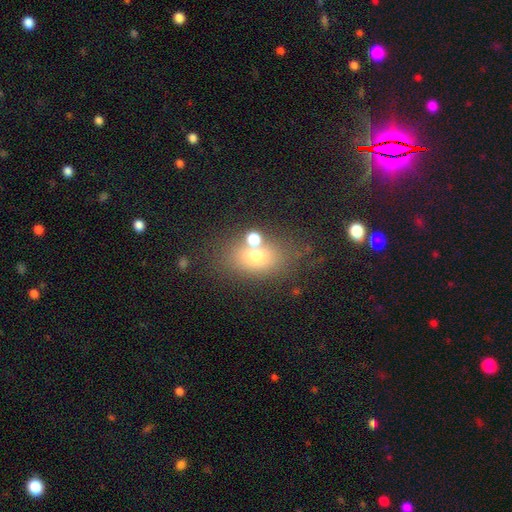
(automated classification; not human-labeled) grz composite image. It shows a smooth galaxy with no disk features (66%) that is in between round and cigar-shaped (70%). Merging: none (59%).